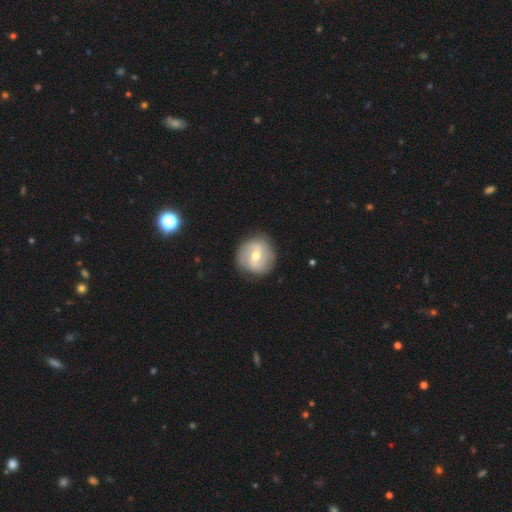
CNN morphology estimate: smooth_or_featured: featured or disk (p=0.59) [alt: smooth p=0.35]
disk_edge_on: no (p=0.97) [alt: yes p=0.03]
bar: weak (p=0.52) [alt: no p=0.28]
has_spiral_arms: yes (p=0.77) [alt: no p=0.23]
bulge_size: moderate (p=0.68) [alt: small p=0.26]
merging: none (p=0.85) [alt: minor disturbance p=0.11]